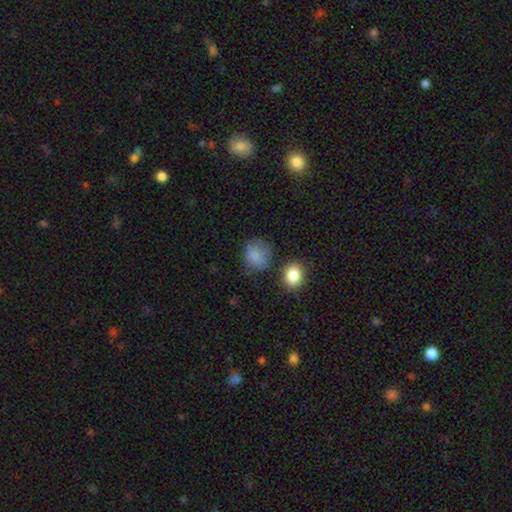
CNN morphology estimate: A smooth galaxy with no disk features (84%) that is round (70%). Merging: none (64%).